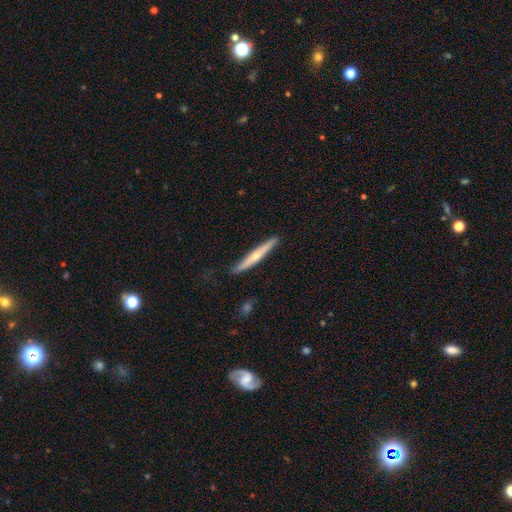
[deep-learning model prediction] Smooth or featured? featured or disk (56%)
Edge-on disk? yes (95%)
Edge-on bulge? rounded (75%)
Merging? none (87%)